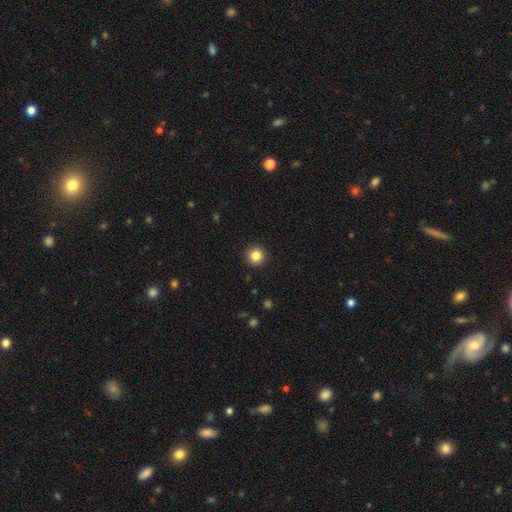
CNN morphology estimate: Overall: smooth (85%). How rounded: round (96%). Merging: none (93%).